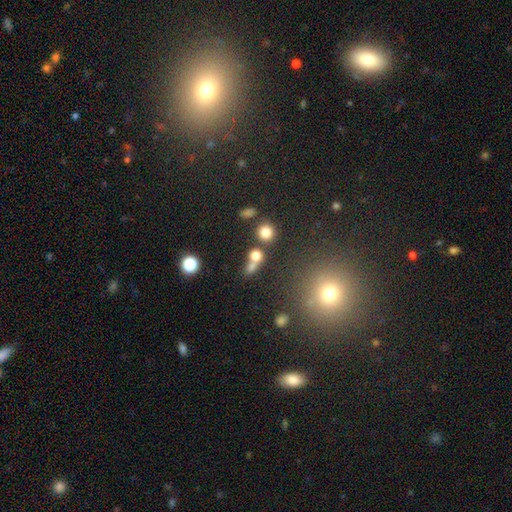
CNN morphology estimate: Smooth or featured: smooth — 70% (star or artifact — 18%)
How rounded: round — 70% (in between — 27%)
Merging: merger — 48% (none — 38%)